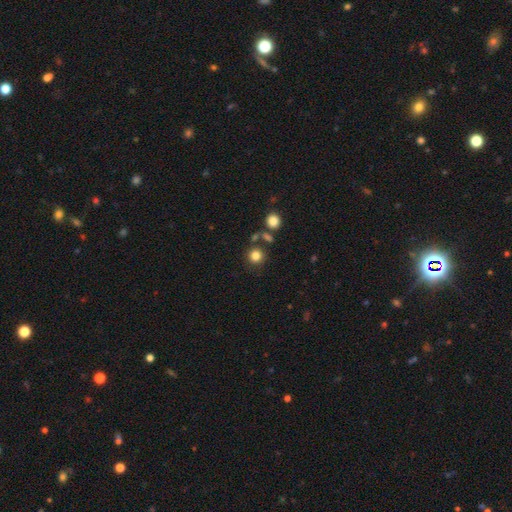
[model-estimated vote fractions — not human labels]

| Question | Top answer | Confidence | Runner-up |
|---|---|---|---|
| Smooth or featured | smooth | 81% | star or artifact (13%) |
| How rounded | round | 91% | in between (8%) |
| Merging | none | 77% | merger (10%) |